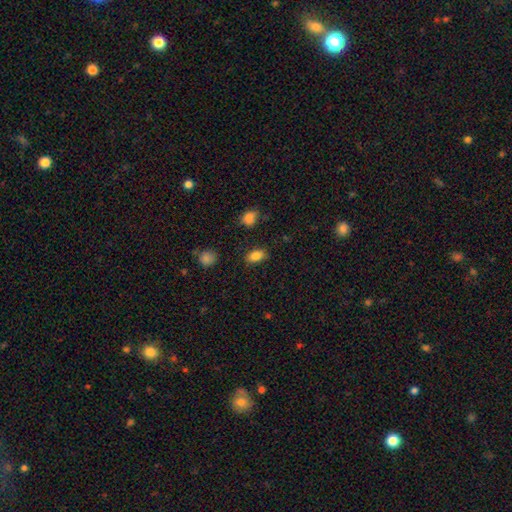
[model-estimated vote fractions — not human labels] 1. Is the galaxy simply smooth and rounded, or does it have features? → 85% smooth, 9% star or artifact, 5% featured or disk.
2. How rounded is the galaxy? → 87% in between, 10% round, 3% cigar-shaped.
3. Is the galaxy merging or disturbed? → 83% none, 12% minor disturbance, 3% major disturbance, 2% merger.